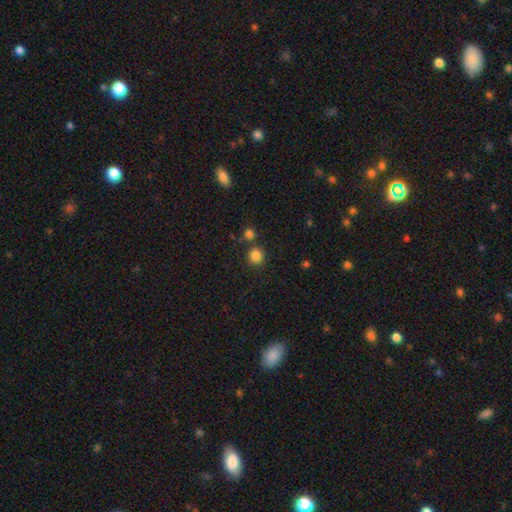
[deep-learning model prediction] A smooth galaxy with no disk features (84%) that is round (91%).

Vote fractions:
- Smooth or featured? smooth: 84% / star or artifact: 12% / featured or disk: 4%
- How rounded? round: 91% / in between: 8% / cigar-shaped: 1%
- Merging? none: 80% / merger: 9% / minor disturbance: 8% / major disturbance: 3%